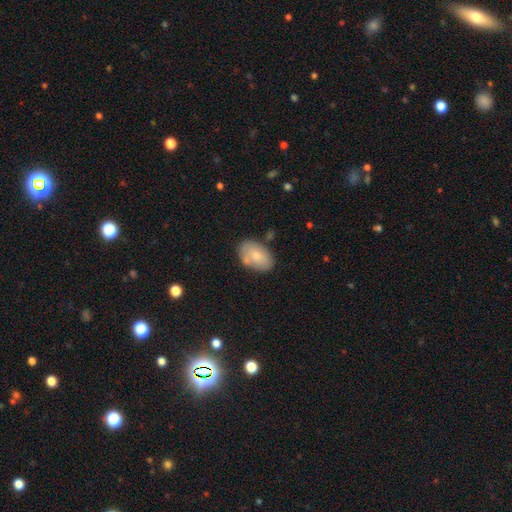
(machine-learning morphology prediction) Q: Smooth or featured?
A: smooth (75%); runner-up: featured or disk (19%)
Q: How rounded?
A: in between (91%); runner-up: round (8%)
Q: Merging?
A: none (71%); runner-up: minor disturbance (18%)